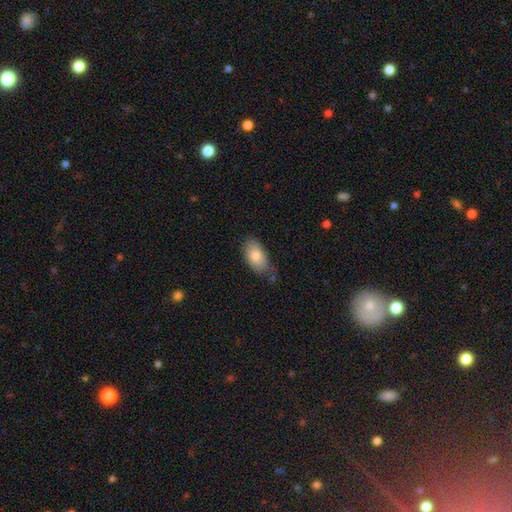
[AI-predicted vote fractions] A smooth galaxy with no disk features (79%) that is in between round and cigar-shaped (93%).

Vote fractions:
- Smooth or featured? smooth: 79% / featured or disk: 14% / star or artifact: 6%
- How rounded? in between: 93% / round: 5% / cigar-shaped: 3%
- Merging? none: 62% / minor disturbance: 29% / major disturbance: 6% / merger: 3%